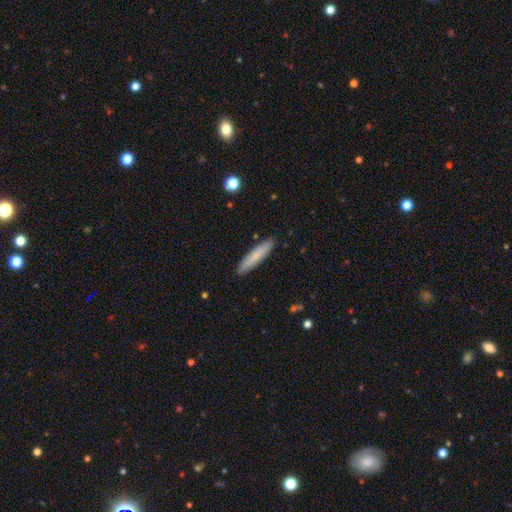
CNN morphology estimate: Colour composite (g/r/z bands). It shows a smooth galaxy with no disk features (77%) that is cigar-shaped (87%). Merging: none (90%).